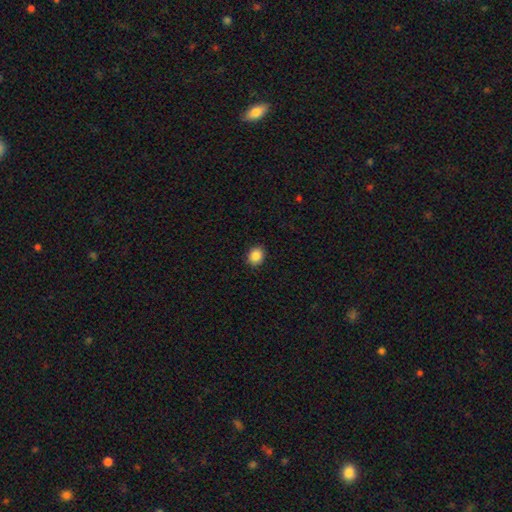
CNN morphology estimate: smooth 87%, star or artifact 9%, featured or disk 4%. Down the decision tree: how rounded — round (62%); merging — none (90%).